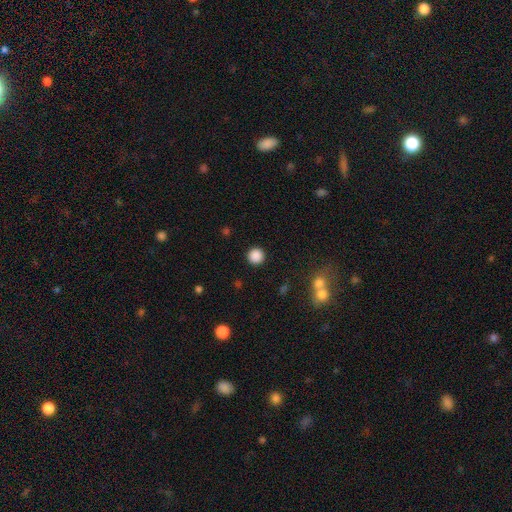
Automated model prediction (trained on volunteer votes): Smooth or featured: smooth — 87% (star or artifact — 10%)
How rounded: round — 95% (in between — 4%)
Merging: none — 91% (minor disturbance — 5%)